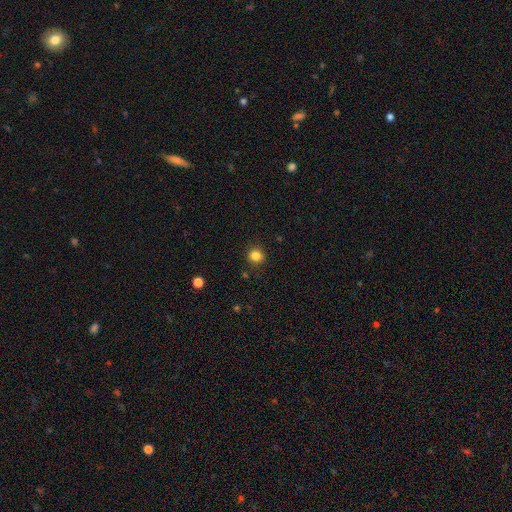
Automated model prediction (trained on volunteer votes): This appears to be a smooth galaxy with no disk features (83%) that is round (91%). Merging: none (90%).